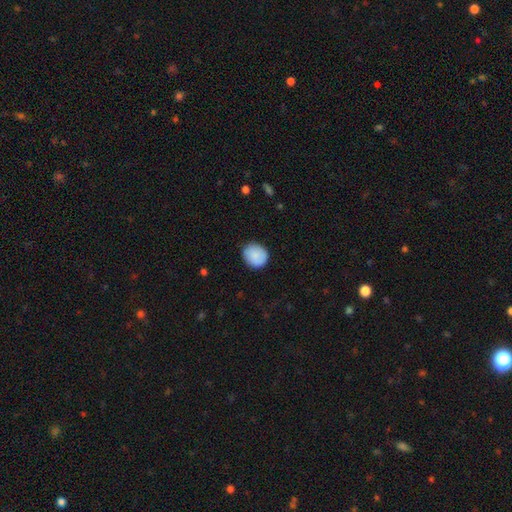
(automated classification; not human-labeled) This is clearly a smooth galaxy (87%). How rounded: likely round (79%). Merging: clearly none (85%).